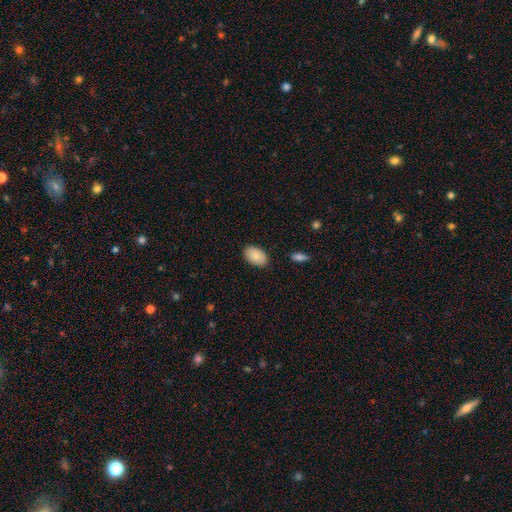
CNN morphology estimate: type=smooth (88%); roundness=in between (92%); merging=none (87%).